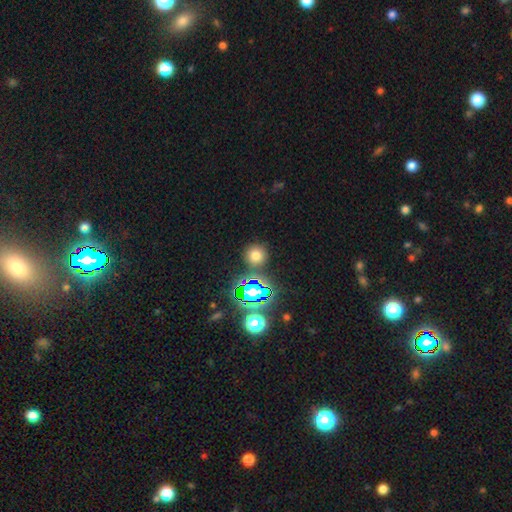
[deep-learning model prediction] The model was most divided on "smooth or featured": smooth: 65%, star or artifact: 27%, featured or disk: 7%. More confident: how rounded — round (92%); merging — none (84%).